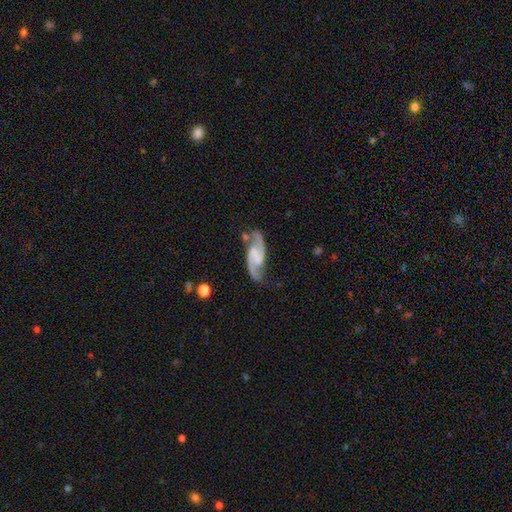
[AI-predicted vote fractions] This is clearly a featured or disk galaxy (90%). It is clearly not viewed edge-on (97%). Bar: possibly weak (45%). Spiral arm pattern: clearly yes (98%). Spiral arm count: clearly 2 (94%). Spiral winding: possibly medium (55%). Central bulge: possibly none (51%). Merging: likely none (76%).